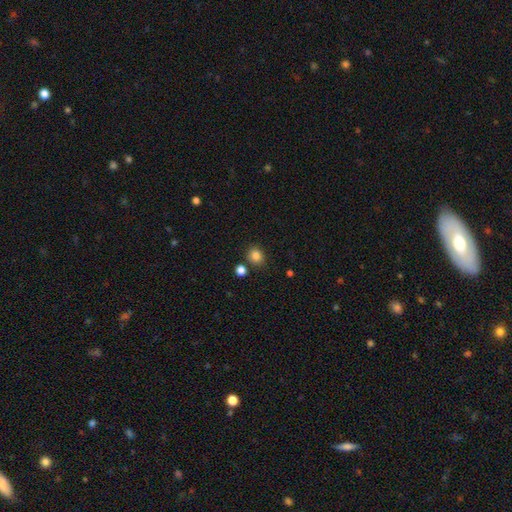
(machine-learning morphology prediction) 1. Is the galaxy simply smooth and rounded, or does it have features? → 84% smooth, 12% star or artifact, 5% featured or disk.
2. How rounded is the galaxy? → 76% round, 23% in between, 1% cigar-shaped.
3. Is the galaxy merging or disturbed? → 80% none, 10% minor disturbance, 7% merger, 3% major disturbance.